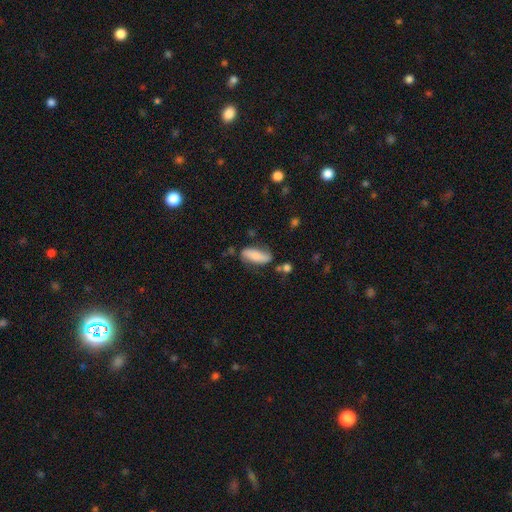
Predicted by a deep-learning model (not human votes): Morphology: type=smooth (73%); roundness=in between (68%); merging=none (64%).